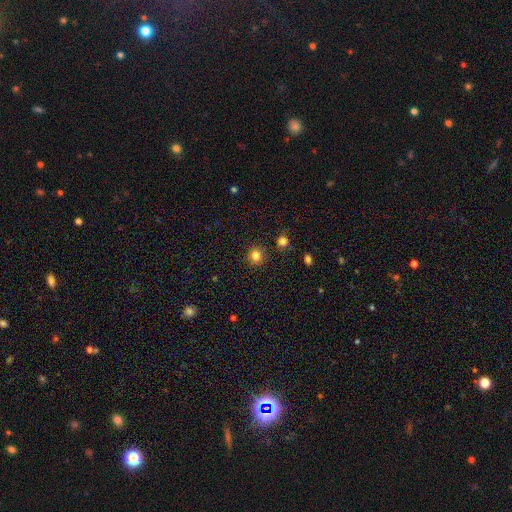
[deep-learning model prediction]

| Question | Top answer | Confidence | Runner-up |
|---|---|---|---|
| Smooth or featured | smooth | 81% | star or artifact (14%) |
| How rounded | round | 90% | in between (10%) |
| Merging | none | 90% | minor disturbance (6%) |